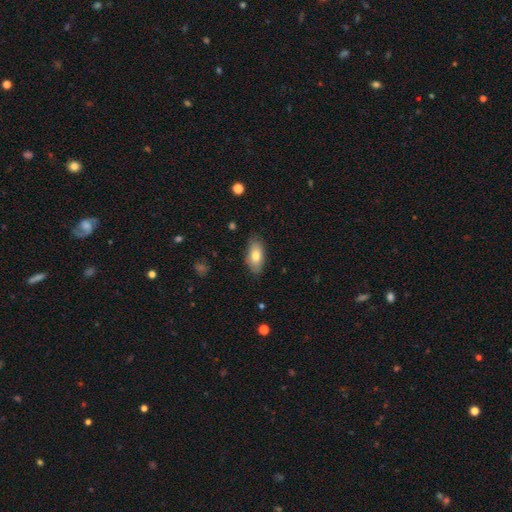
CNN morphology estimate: Smooth or featured?
  - smooth: 77% *
  - featured or disk: 17%
  - star or artifact: 7%
How rounded?
  - in between: 89% *
  - cigar-shaped: 7%
  - round: 3%
Merging?
  - none: 82% *
  - minor disturbance: 14%
  - major disturbance: 3%
  - merger: 1%